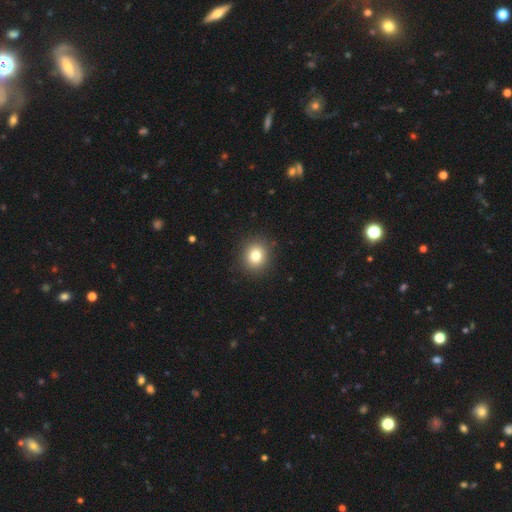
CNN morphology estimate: A smooth galaxy with no disk features (80%) that is round (82%). Merging: none (91%).